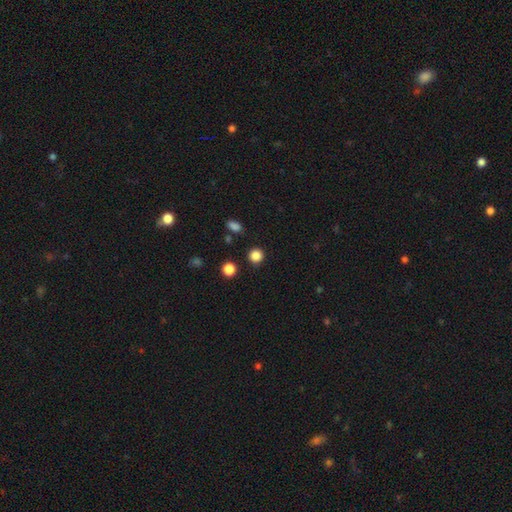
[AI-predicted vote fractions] This appears to be a smooth galaxy with no disk features (84%) that is round (93%). Merging: none (90%).